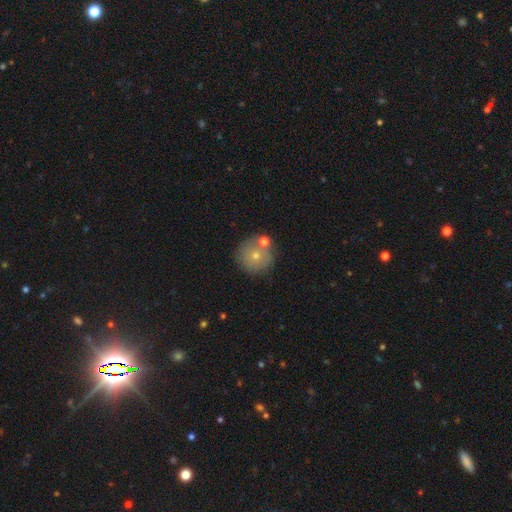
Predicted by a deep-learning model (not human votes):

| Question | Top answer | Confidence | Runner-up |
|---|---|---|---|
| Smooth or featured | smooth | 63% | featured or disk (24%) |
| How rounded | round | 95% | in between (4%) |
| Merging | none | 76% | merger (12%) |